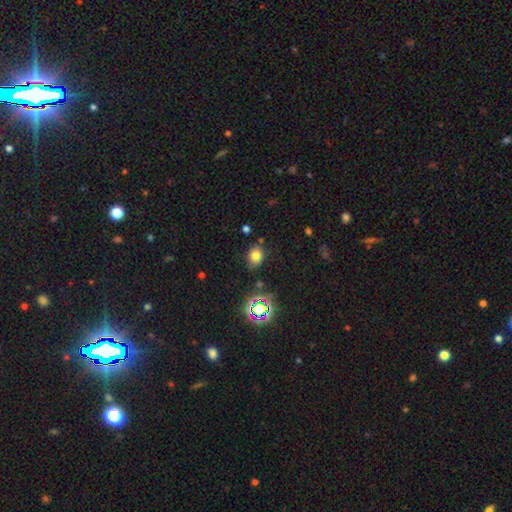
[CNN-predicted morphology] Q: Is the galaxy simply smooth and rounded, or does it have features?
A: smooth — 73%.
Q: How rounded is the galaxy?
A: round — 50%.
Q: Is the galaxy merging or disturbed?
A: none — 77%.